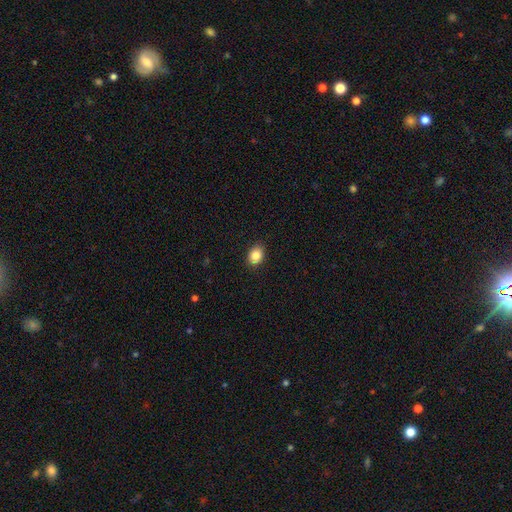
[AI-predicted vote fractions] smooth_or_featured: smooth (p=0.85) [alt: star or artifact p=0.09]
how_rounded: in between (p=0.68) [alt: round p=0.31]
merging: none (p=0.89) [alt: minor disturbance p=0.08]